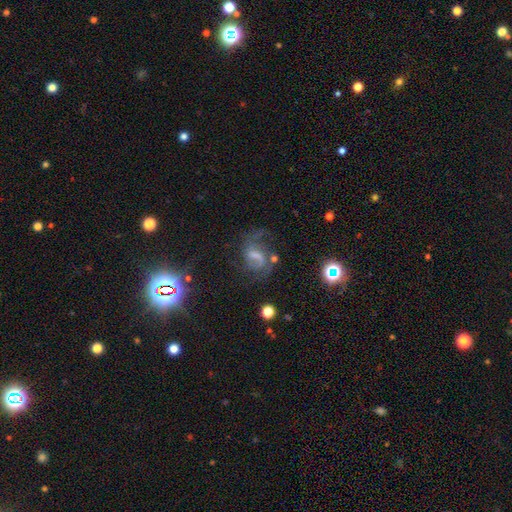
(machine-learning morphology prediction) Q: Smooth or featured?
A: featured or disk (69%); runner-up: star or artifact (17%)
Q: Edge-on disk?
A: no (97%); runner-up: yes (3%)
Q: Bar?
A: weak (49%); runner-up: strong (30%)
Q: Spiral arms?
A: yes (89%); runner-up: no (11%)
Q: Spiral winding?
A: medium (47%); runner-up: loose (39%)
Q: Spiral arm count?
A: 2 (75%); runner-up: can't tell (10%)
Q: Bulge size?
A: none (38%); runner-up: small (27%)
Q: Merging?
A: none (52%); runner-up: major disturbance (24%)